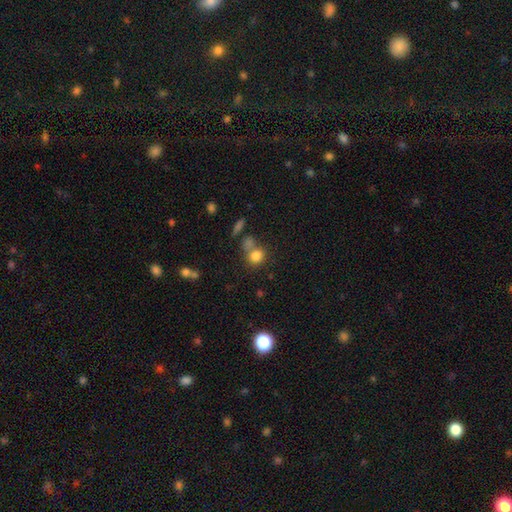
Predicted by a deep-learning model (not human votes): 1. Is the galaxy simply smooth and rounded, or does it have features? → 81% smooth, 11% star or artifact, 7% featured or disk.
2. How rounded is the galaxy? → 72% round, 26% in between, 1% cigar-shaped.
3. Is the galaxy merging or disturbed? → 54% none, 29% merger, 12% minor disturbance, 6% major disturbance.